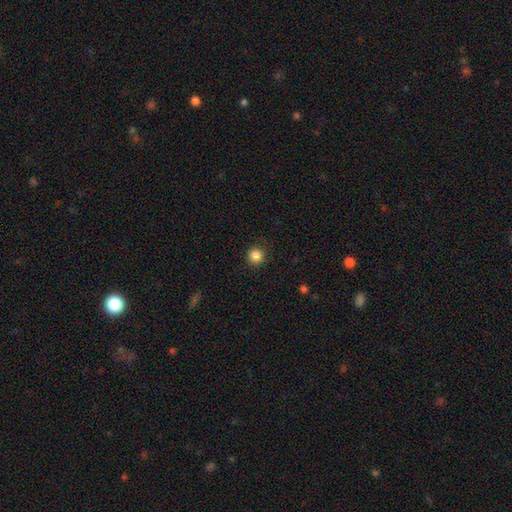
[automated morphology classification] Q: Smooth or featured?
A: smooth (86%); runner-up: star or artifact (11%)
Q: How rounded?
A: round (94%); runner-up: in between (5%)
Q: Merging?
A: none (90%); runner-up: minor disturbance (7%)